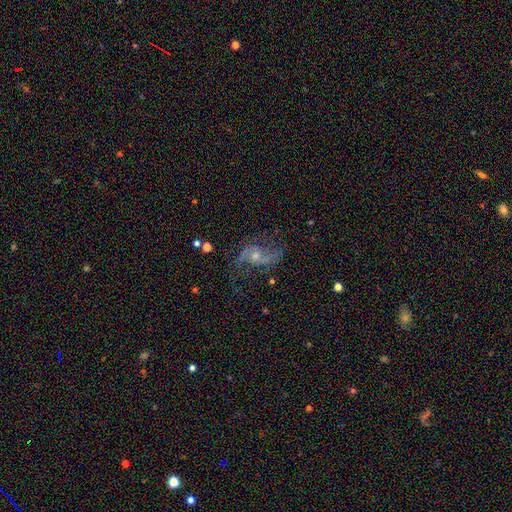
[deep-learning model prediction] Smooth or featured?
  - featured or disk: 85% *
  - star or artifact: 9%
  - smooth: 6%
Edge-on disk?
  - no: 97% *
  - yes: 3%
Bar?
  - no: 57% *
  - weak: 34%
  - strong: 9%
Spiral arms?
  - yes: 96% *
  - no: 4%
Spiral winding?
  - loose: 58% *
  - medium: 35%
  - tight: 8%
Spiral arm count?
  - 2: 89% *
  - can't tell: 3%
  - 1: 3%
  - 3: 2%
  - 4: 1%
  - more than 4: 1%
Bulge size?
  - small: 51% *
  - moderate: 43%
  - none: 3%
  - large: 2%
  - dominant: 1%
Merging?
  - none: 68% *
  - minor disturbance: 16%
  - major disturbance: 13%
  - merger: 2%